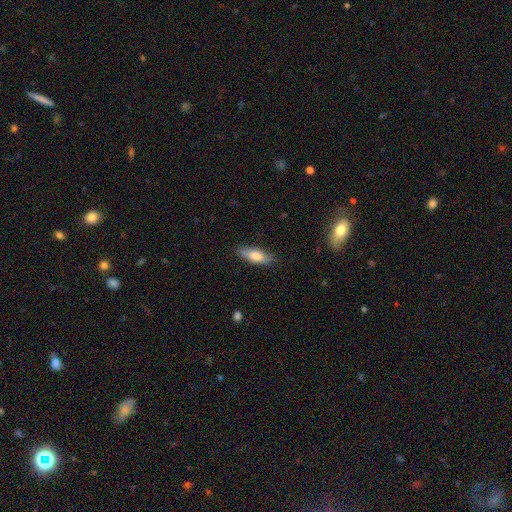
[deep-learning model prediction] This is likely a smooth galaxy (73%). How rounded: likely in between (65%). Merging: clearly none (81%).